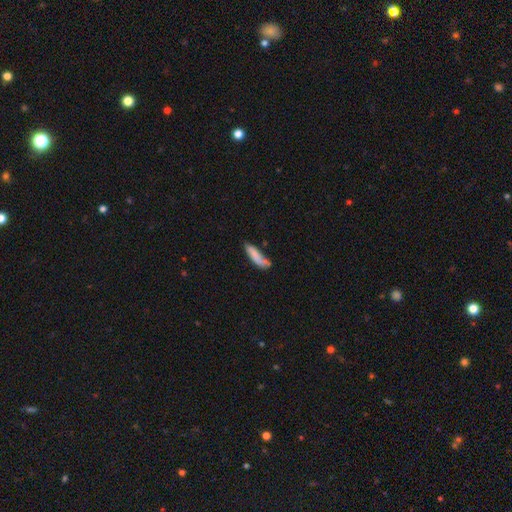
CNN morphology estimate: smooth_or_featured: smooth (p=0.78) [alt: featured or disk p=0.15]
how_rounded: cigar-shaped (p=0.67) [alt: in between p=0.32]
merging: none (p=0.52) [alt: minor disturbance p=0.27]